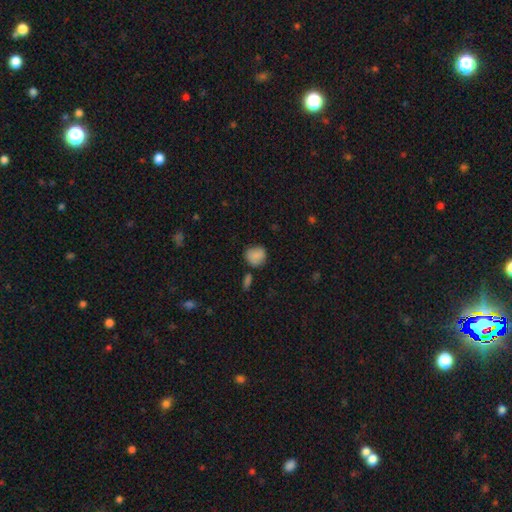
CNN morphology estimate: Overall: smooth (83%). How rounded: round (74%). Merging: none (67%).